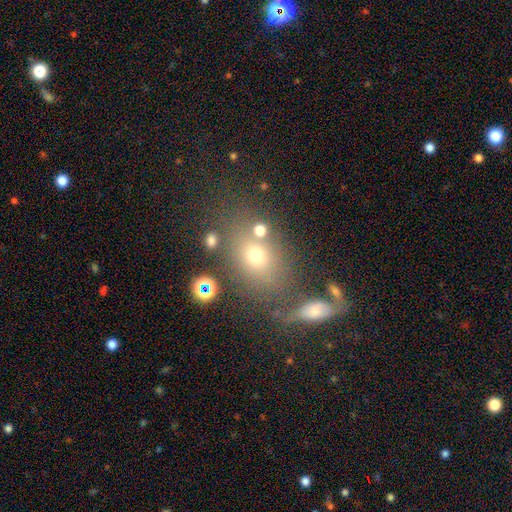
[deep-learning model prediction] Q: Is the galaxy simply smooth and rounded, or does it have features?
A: smooth — 67%.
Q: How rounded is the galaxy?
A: in between — 61%.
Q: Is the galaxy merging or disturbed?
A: none — 62%.